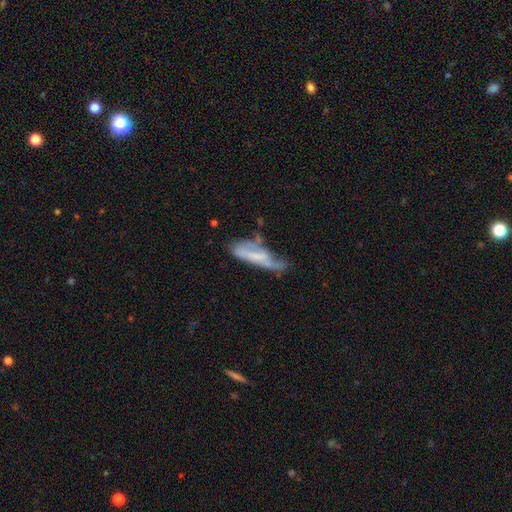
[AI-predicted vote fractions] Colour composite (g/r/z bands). It shows a featured or disk galaxy (45%, tied with smooth). Merging: major disturbance (30%, tied with minor disturbance).